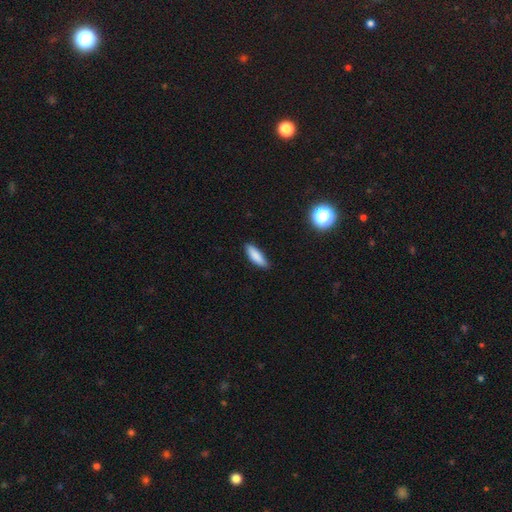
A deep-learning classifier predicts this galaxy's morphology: Smooth or featured? Predicted: smooth (p=0.85). How rounded? Predicted: cigar-shaped (p=0.51). Merging? Predicted: none (p=0.84).